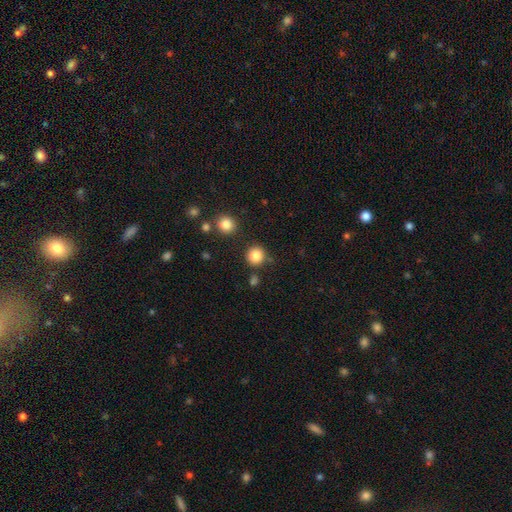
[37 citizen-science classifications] This appears to be a smooth galaxy with no disk features (92%) that is round (94%). Merging: none (81%).